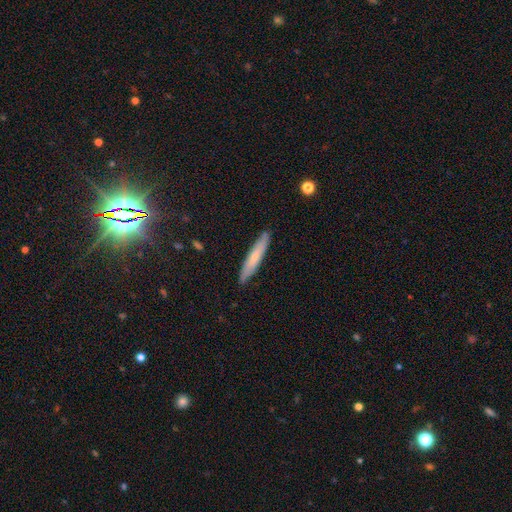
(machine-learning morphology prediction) Smooth or featured? Predicted: smooth (p=0.61). How rounded? Predicted: cigar-shaped (p=0.92). Merging? Predicted: none (p=0.88).